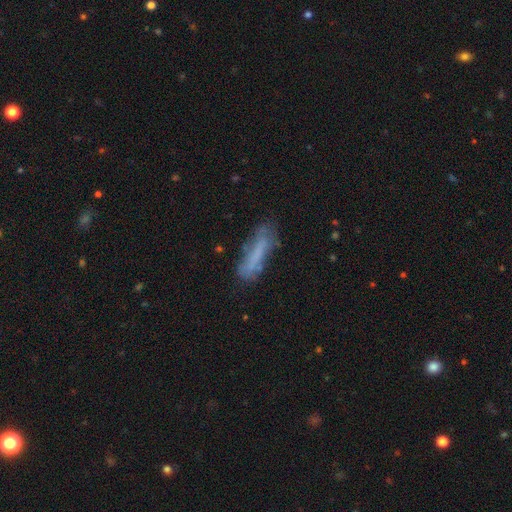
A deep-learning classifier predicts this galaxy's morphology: Smooth or featured? Predicted: smooth (p=0.59). How rounded? Predicted: cigar-shaped (p=0.72). Merging? Predicted: none (p=0.58).